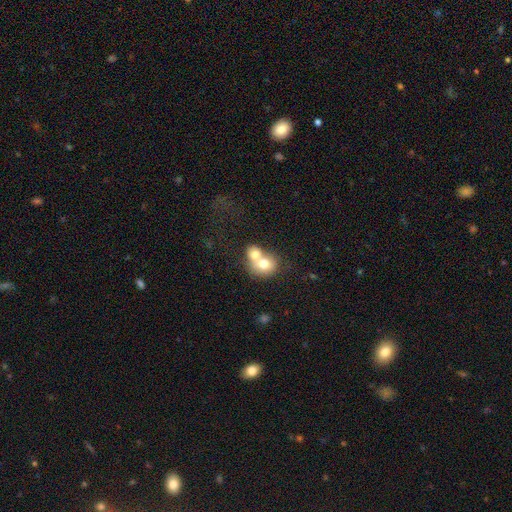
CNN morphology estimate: Smooth or featured? smooth (66%)
How rounded? round (63%)
Merging? merger (73%)